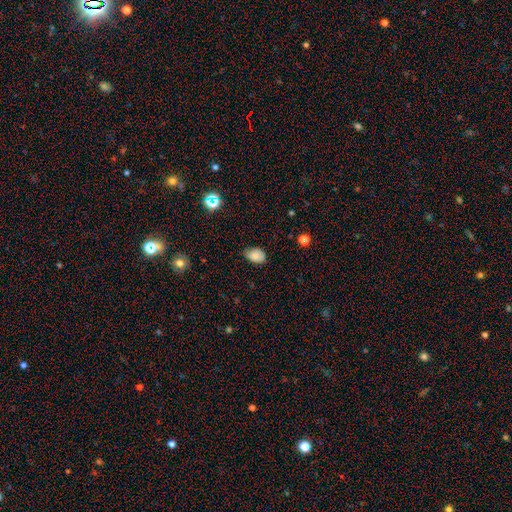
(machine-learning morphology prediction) Smooth or featured? smooth (83%)
How rounded? in between (80%)
Merging? none (69%)